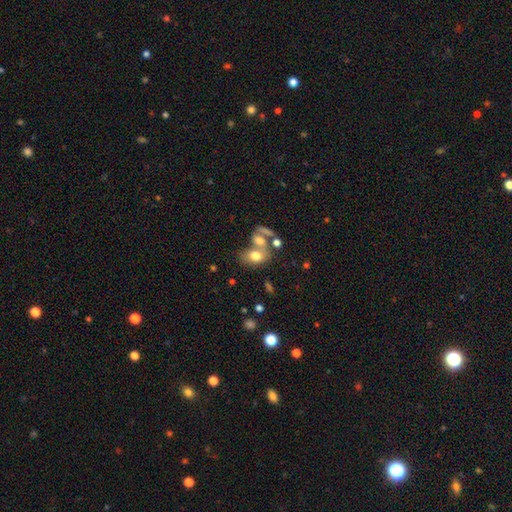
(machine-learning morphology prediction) A smooth galaxy with no disk features (70%) that is in between round and cigar-shaped (77%).

Vote fractions:
- Smooth or featured? smooth: 70% / featured or disk: 20% / star or artifact: 10%
- How rounded? in between: 77% / round: 21% / cigar-shaped: 2%
- Merging? merger: 49% / none: 30% / minor disturbance: 12% / major disturbance: 10%